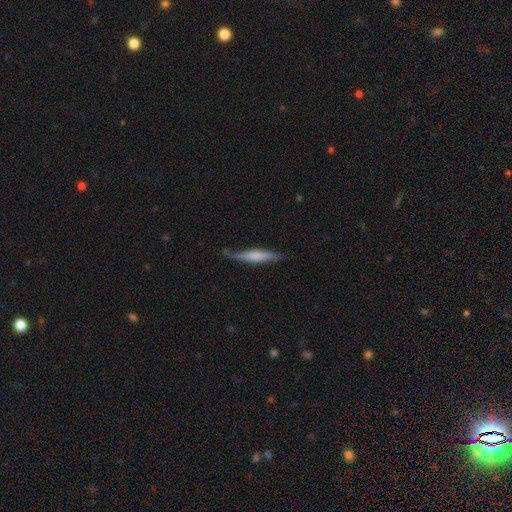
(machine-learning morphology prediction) This appears to be a smooth galaxy with no disk features (53%) that is cigar-shaped (89%). Merging: none (67%).